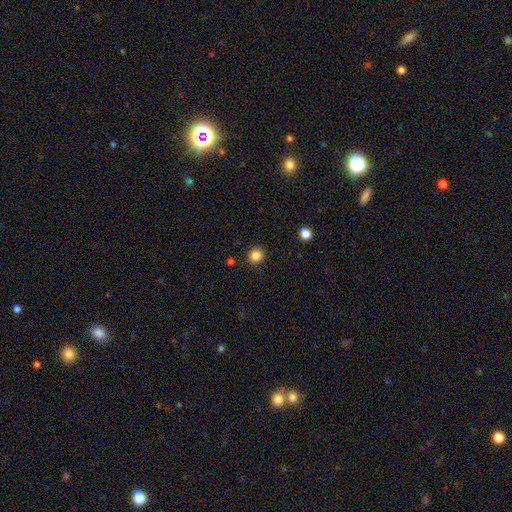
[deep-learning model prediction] The model was most divided on "smooth or featured": smooth: 84%, star or artifact: 12%, featured or disk: 4%. More confident: merging — none (89%); how rounded — round (88%).